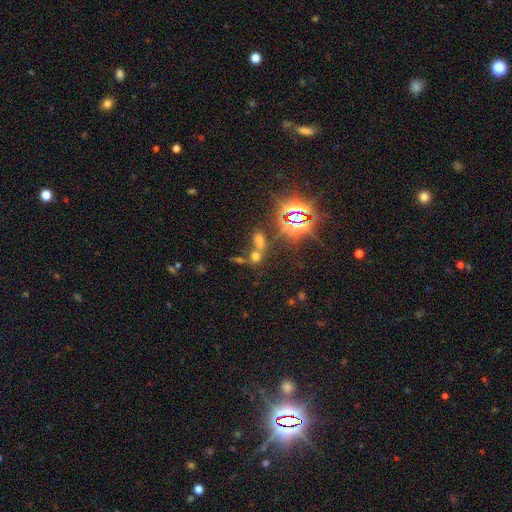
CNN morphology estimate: smooth_or_featured: smooth (p=0.47) [alt: star or artifact p=0.41]
merging: merger (p=0.51) [alt: none p=0.36]